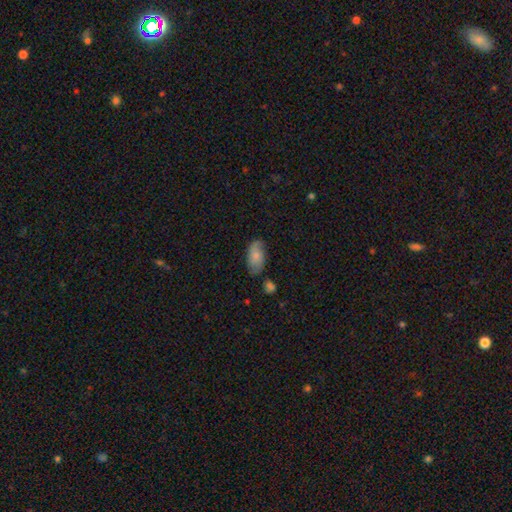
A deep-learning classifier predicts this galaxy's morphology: Overall: smooth (71%). How rounded: in between (93%). Merging: none (66%).